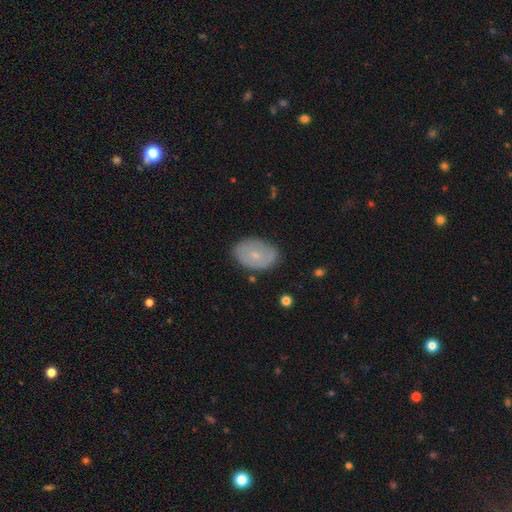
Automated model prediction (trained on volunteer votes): smooth 52%, featured or disk 40%, star or artifact 7%. Down the decision tree: how rounded — in between (82%); merging — none (78%).